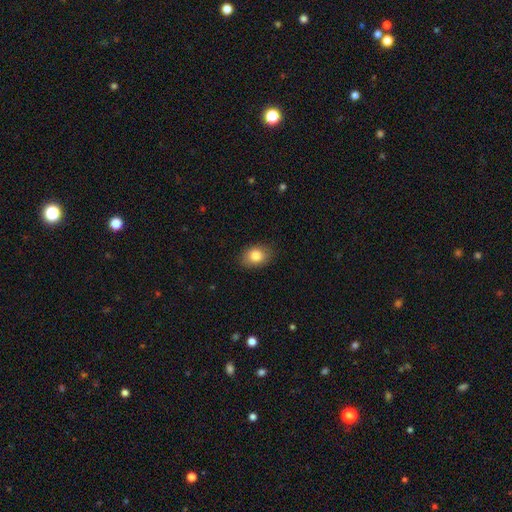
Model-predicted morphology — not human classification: Overall: smooth (84%). How rounded: in between (70%). Merging: none (86%).